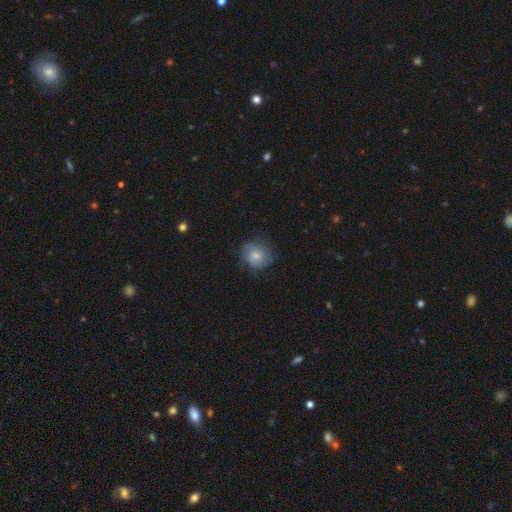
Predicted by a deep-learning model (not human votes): This is likely a smooth galaxy (61%). How rounded: clearly round (81%). Merging: likely none (68%).